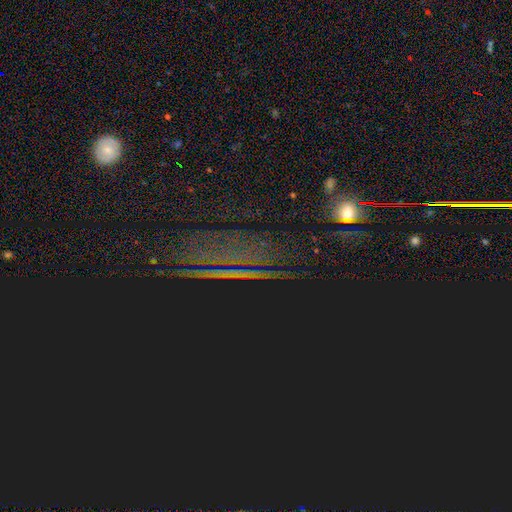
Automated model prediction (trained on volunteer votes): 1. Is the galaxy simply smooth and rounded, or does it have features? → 68% star or artifact, 19% smooth, 13% featured or disk.